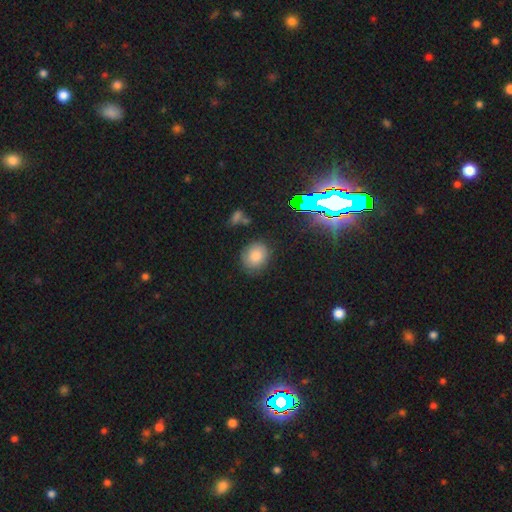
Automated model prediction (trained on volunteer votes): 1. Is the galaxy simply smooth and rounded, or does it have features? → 80% smooth, 13% star or artifact, 8% featured or disk.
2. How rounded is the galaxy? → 66% round, 32% in between, 1% cigar-shaped.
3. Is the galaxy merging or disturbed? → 79% none, 15% minor disturbance, 4% major disturbance, 3% merger.